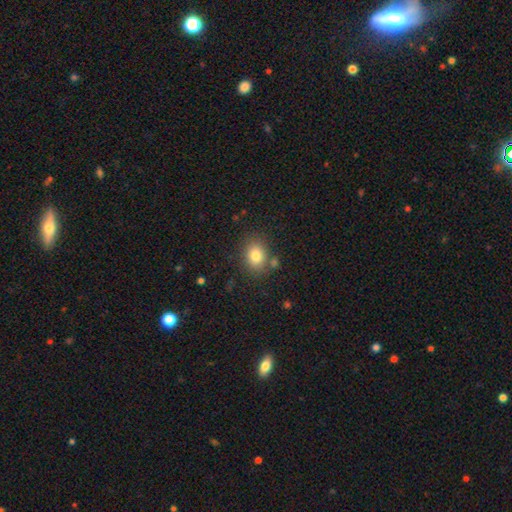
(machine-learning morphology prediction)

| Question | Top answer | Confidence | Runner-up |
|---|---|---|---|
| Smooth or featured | smooth | 81% | star or artifact (10%) |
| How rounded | in between | 56% | round (43%) |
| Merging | none | 78% | minor disturbance (12%) |